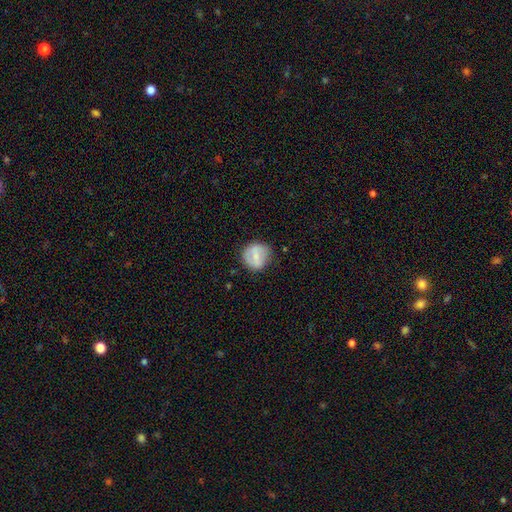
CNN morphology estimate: Overall: smooth (61%; featured or disk 32%). How rounded: round (84%). Merging: none (76%).